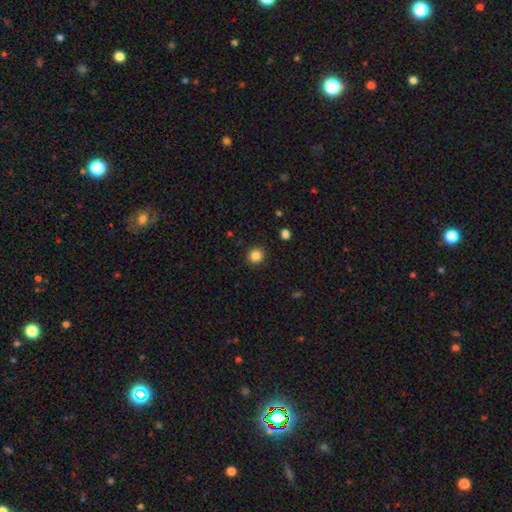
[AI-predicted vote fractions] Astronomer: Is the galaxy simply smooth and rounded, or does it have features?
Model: smooth — 85%.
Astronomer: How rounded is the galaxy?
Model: round — 91%.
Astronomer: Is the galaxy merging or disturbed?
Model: none — 91%.